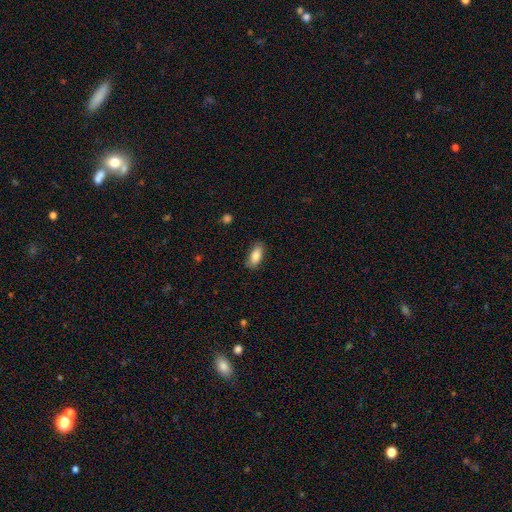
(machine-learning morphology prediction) smooth 82%, featured or disk 11%, star or artifact 7%. Down the decision tree: how rounded — in between (88%); merging — none (80%).